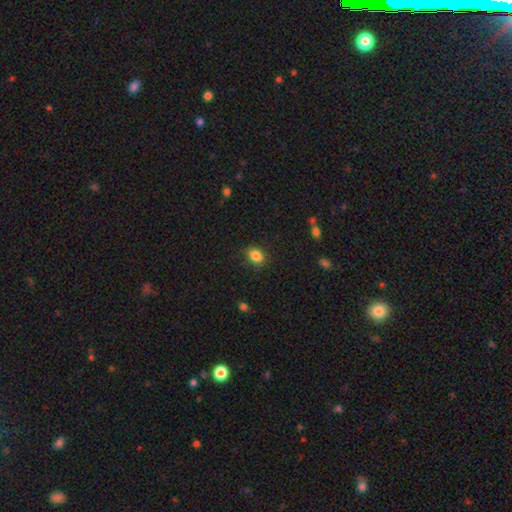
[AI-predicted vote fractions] Overall: smooth (86%). How rounded: in between (58%; round 41%). Merging: none (84%).